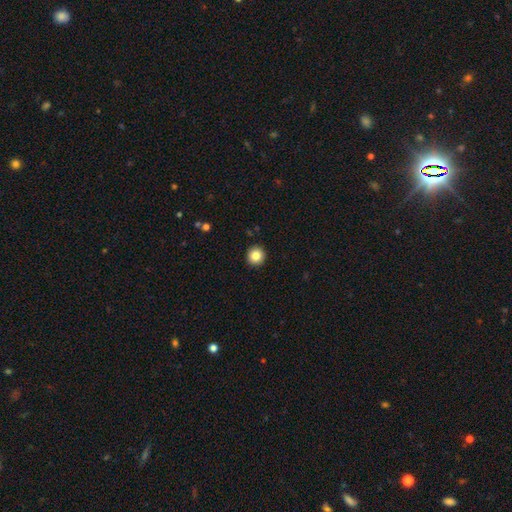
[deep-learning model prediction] Morphology: type=smooth (84%); roundness=round (95%); merging=none (93%).